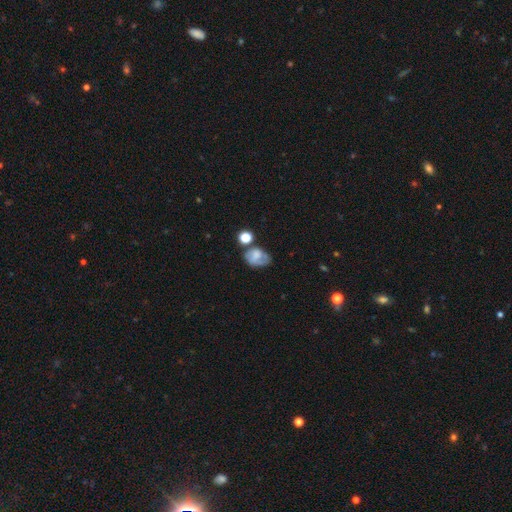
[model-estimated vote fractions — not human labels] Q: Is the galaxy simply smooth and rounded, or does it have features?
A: smooth — 54%.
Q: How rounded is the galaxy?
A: in between — 66%.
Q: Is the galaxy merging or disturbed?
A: none — 36%.